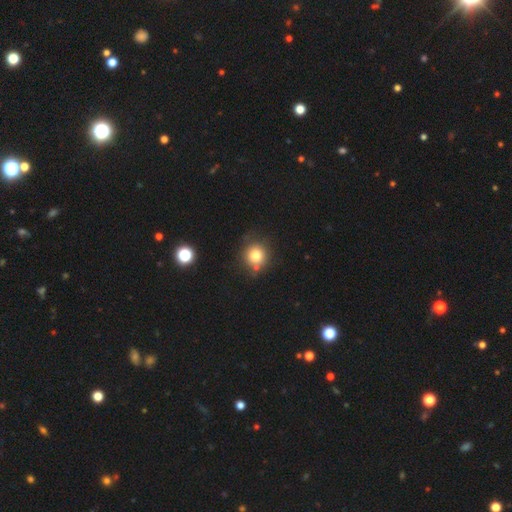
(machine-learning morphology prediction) Smooth or featured? smooth (79%)
How rounded? round (91%)
Merging? none (75%)